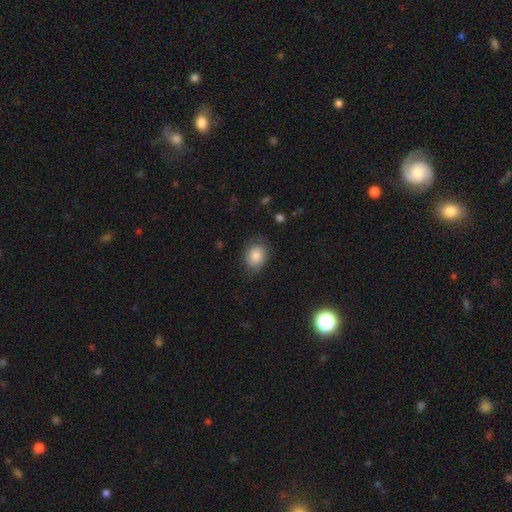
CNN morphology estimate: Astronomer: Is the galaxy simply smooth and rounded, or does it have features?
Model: smooth — 81%.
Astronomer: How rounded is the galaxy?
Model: in between — 61% (runner-up: round, 38%).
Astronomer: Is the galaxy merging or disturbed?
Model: none — 72%.